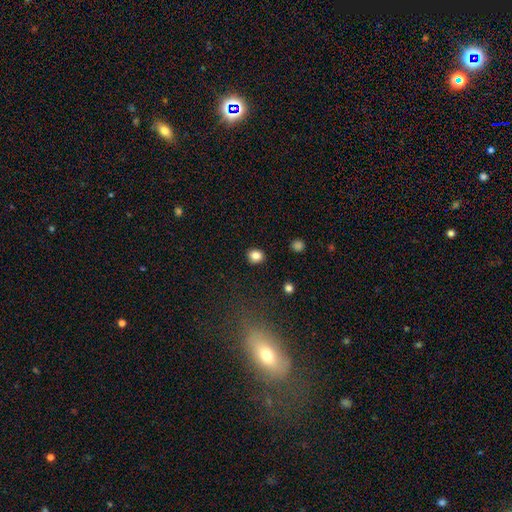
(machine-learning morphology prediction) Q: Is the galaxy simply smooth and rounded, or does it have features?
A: smooth — 84%.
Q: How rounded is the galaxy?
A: round — 75%.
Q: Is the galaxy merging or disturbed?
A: none — 90%.